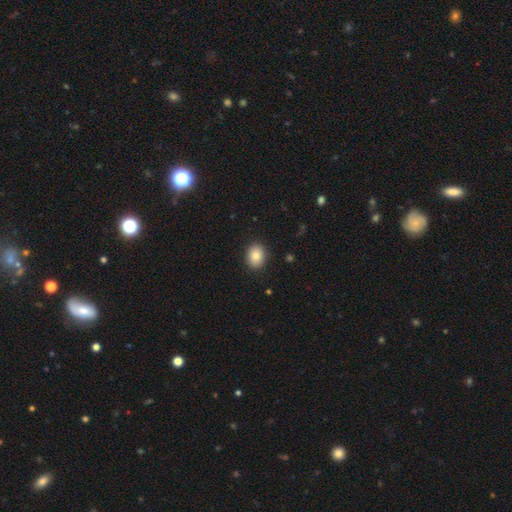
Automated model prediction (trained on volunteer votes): smooth 85%, star or artifact 9%, featured or disk 7%. Down the decision tree: how rounded — in between (56%); merging — none (90%).